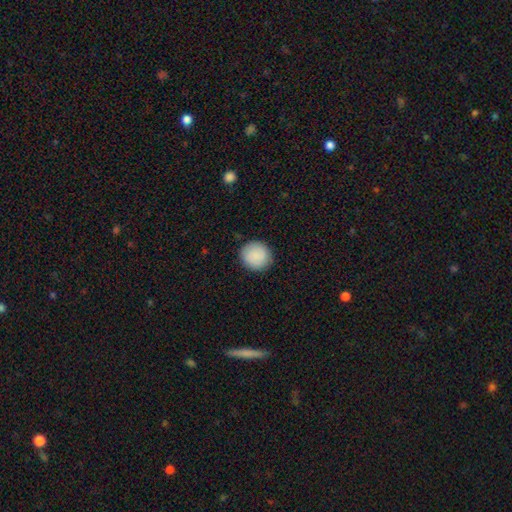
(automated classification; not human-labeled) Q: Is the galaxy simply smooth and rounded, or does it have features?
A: smooth — 89%.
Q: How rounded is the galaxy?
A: round — 90%.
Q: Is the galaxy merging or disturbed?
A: none — 89%.